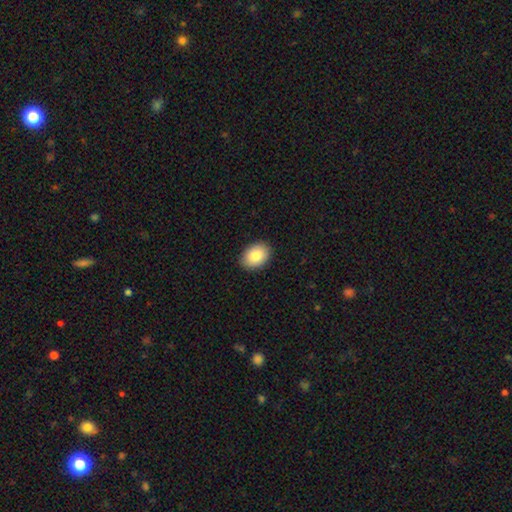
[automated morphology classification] smooth 87%, star or artifact 7%, featured or disk 6%. Down the decision tree: how rounded — in between (77%); merging — none (90%).